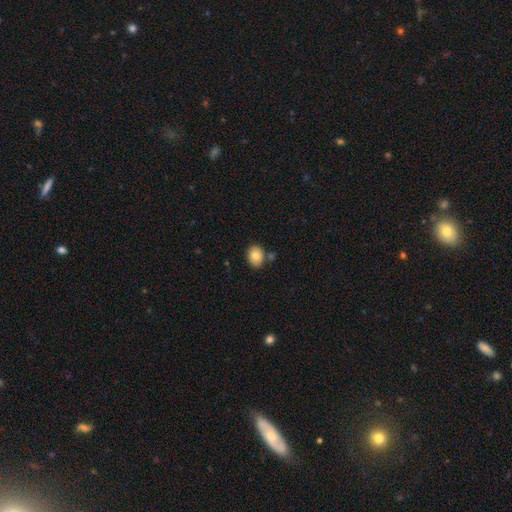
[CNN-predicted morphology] smooth 86%, star or artifact 8%, featured or disk 6%. Down the decision tree: how rounded — in between (53%); merging — none (74%).